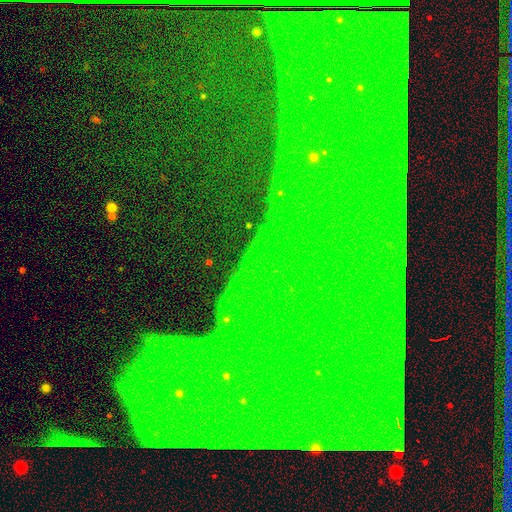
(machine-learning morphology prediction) Smooth or featured?
  - star or artifact: 83% *
  - featured or disk: 9%
  - smooth: 7%